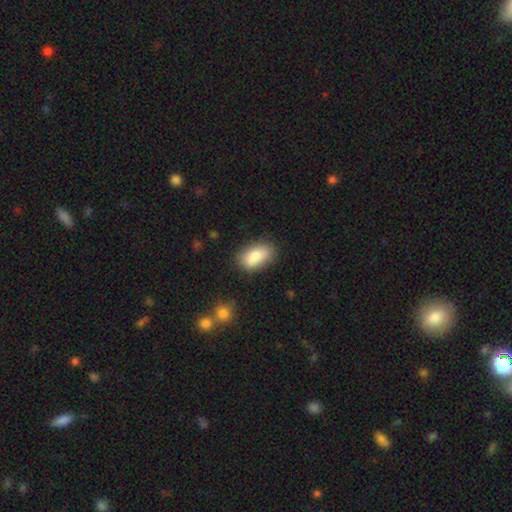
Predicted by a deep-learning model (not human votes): Q: Smooth or featured?
A: smooth (81%); runner-up: featured or disk (12%)
Q: How rounded?
A: in between (90%); runner-up: round (5%)
Q: Merging?
A: none (73%); runner-up: minor disturbance (17%)